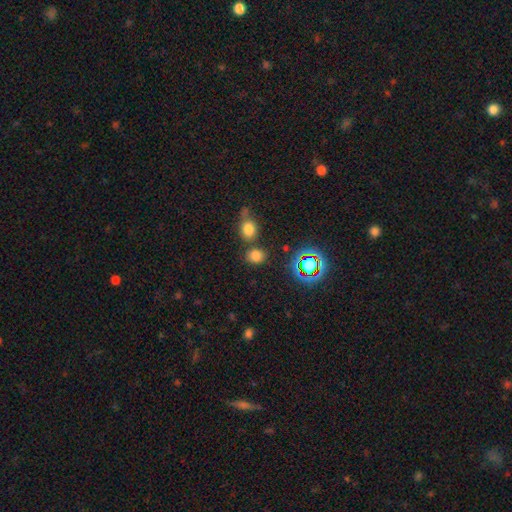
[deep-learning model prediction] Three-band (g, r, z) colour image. It shows a smooth galaxy with no disk features (75%) that is round (64%). Merging: none (71%).